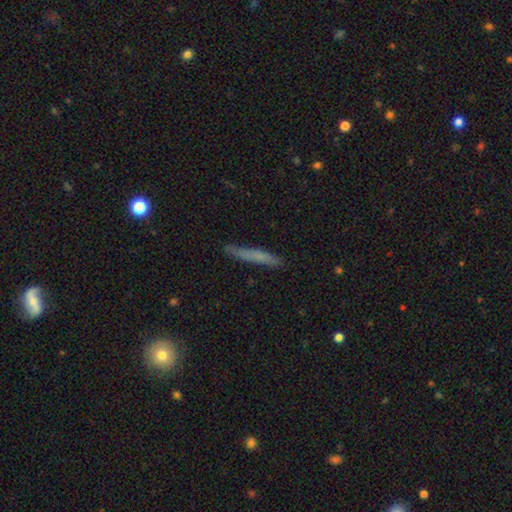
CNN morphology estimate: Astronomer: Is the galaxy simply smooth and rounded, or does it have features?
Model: smooth — 62%.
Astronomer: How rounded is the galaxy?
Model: cigar-shaped — 95%.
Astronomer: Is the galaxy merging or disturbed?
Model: none — 83%.